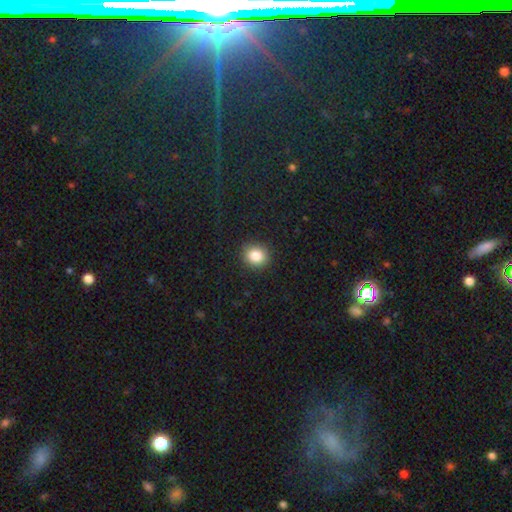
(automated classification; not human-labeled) This is clearly a smooth galaxy (85%). How rounded: likely round (77%). Merging: clearly none (90%).